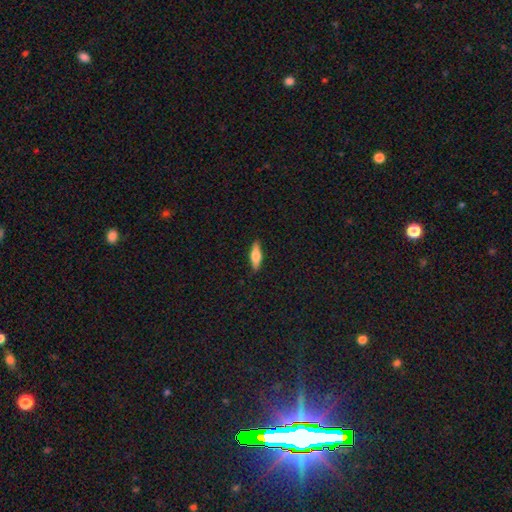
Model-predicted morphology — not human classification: Overall: smooth (61%; featured or disk 33%). How rounded: cigar-shaped (49%; in between 48%). Merging: none (89%).